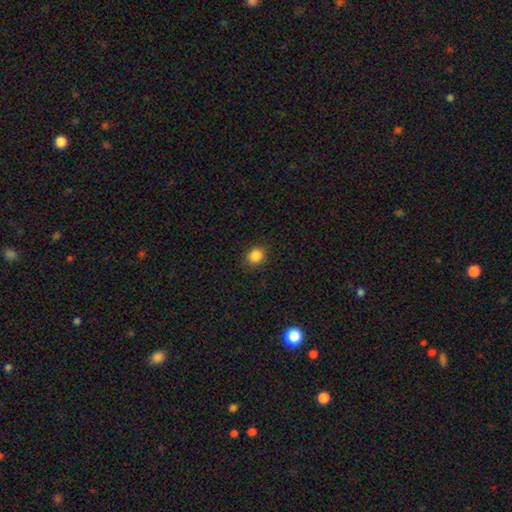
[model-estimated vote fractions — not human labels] This is clearly a smooth galaxy (85%). How rounded: likely round (78%). Merging: clearly none (89%).